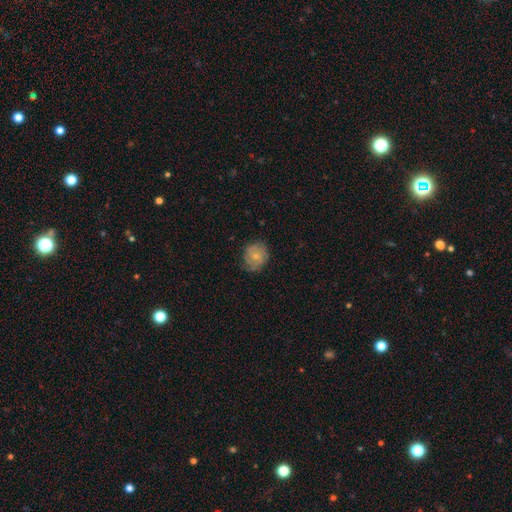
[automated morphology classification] Overall: featured or disk (55%; smooth 38%). Edge-on disk: no (98%). Bar: no (69%). Spiral arms: yes (87%). Bulge size: small (55%; moderate 37%). Merging: none (70%).